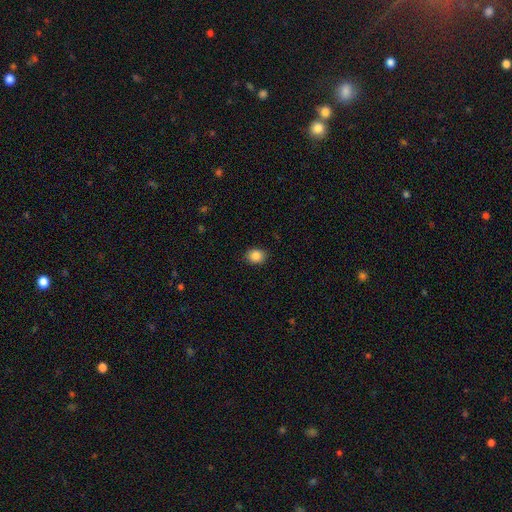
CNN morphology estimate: smooth_or_featured: smooth (p=0.87) [alt: star or artifact p=0.09]
how_rounded: in between (p=0.50) [tied with: round p=0.50]
merging: none (p=0.89) [alt: minor disturbance p=0.08]